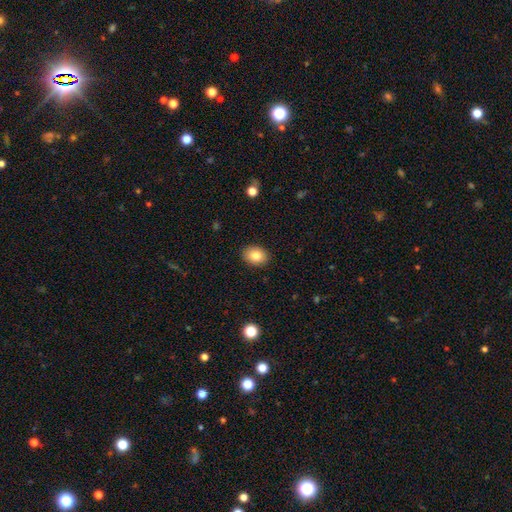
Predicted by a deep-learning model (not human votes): Overall: smooth (83%). How rounded: in between (64%; round 35%). Merging: none (89%).